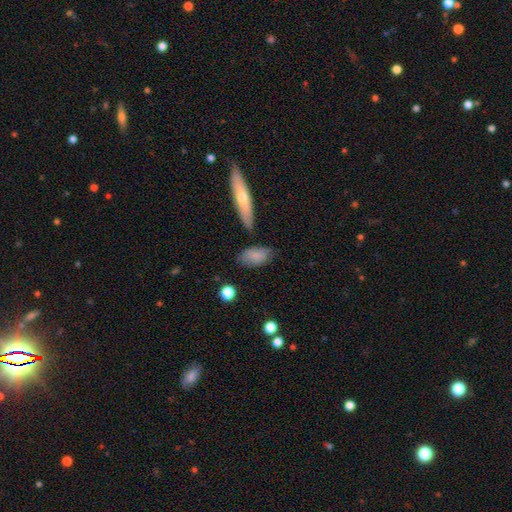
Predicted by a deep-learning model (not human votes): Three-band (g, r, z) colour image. It shows a smooth galaxy with no disk features (79%) that is in between round and cigar-shaped (90%). Merging: none (66%).